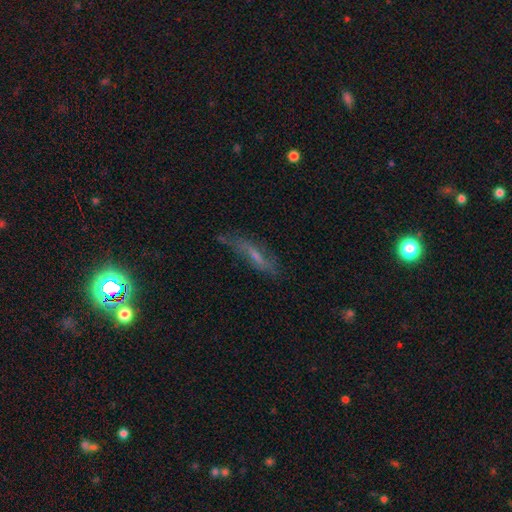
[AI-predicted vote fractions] A featured or disk galaxy (50%). Merging: none (59%).